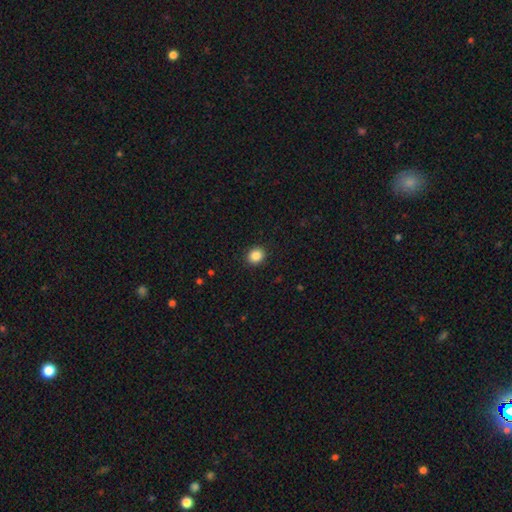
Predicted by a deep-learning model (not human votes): Smooth or featured: smooth — 87% (star or artifact — 10%)
How rounded: round — 74% (in between — 26%)
Merging: none — 92% (minor disturbance — 5%)